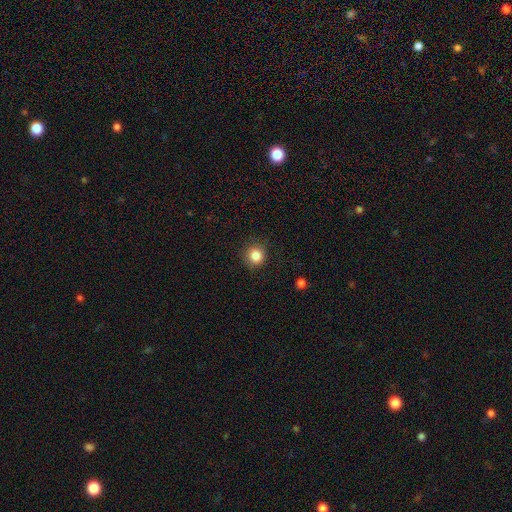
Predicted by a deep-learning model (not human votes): The model was most divided on "smooth or featured": smooth: 85%, star or artifact: 11%, featured or disk: 4%. More confident: how rounded — round (91%); merging — none (87%).